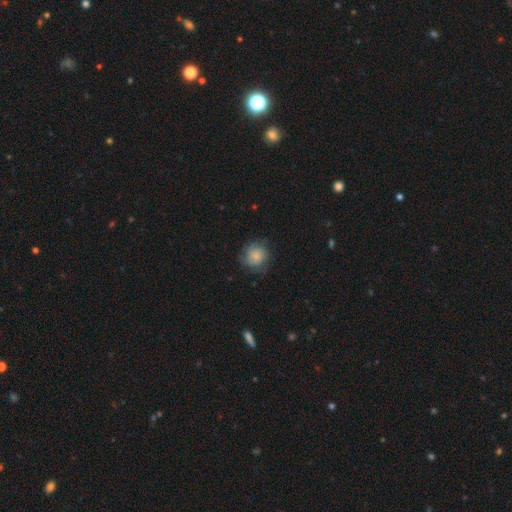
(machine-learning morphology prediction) smooth-or-featured: smooth: 68% | featured or disk: 23% | star or artifact: 9%
  how-rounded: round: 89% | in between: 10% | cigar-shaped: 1%
  merging: none: 71% | minor disturbance: 19% | major disturbance: 9% | merger: 1%